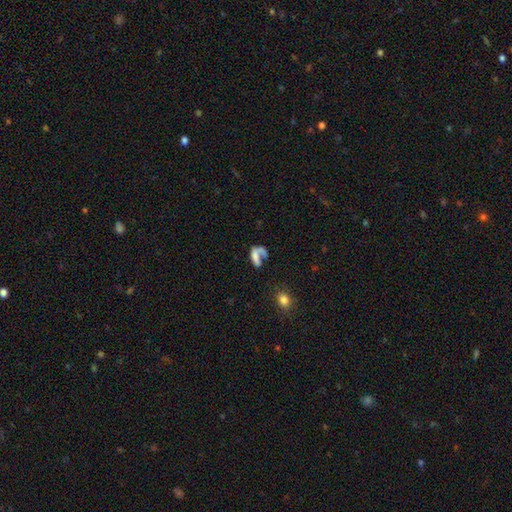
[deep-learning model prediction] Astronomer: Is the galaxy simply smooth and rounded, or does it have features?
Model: smooth — 47% (runner-up: featured or disk, 40%).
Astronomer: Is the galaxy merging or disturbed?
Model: major disturbance — 32% (runner-up: merger, 28%).